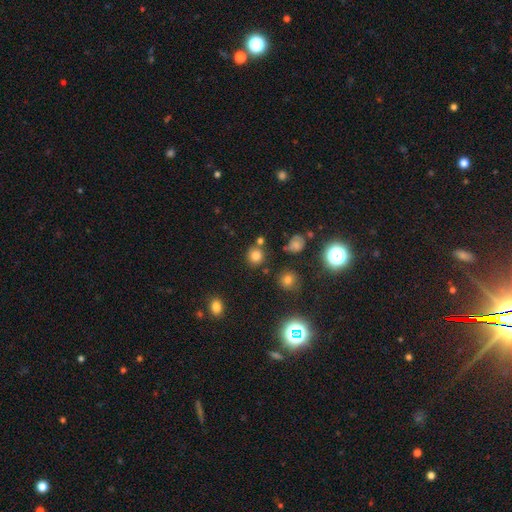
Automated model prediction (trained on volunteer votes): A smooth galaxy with no disk features (77%) that is round (89%).

Vote fractions:
- Smooth or featured? smooth: 77% / star or artifact: 17% / featured or disk: 6%
- How rounded? round: 89% / in between: 10% / cigar-shaped: 1%
- Merging? none: 79% / minor disturbance: 9% / merger: 9% / major disturbance: 3%